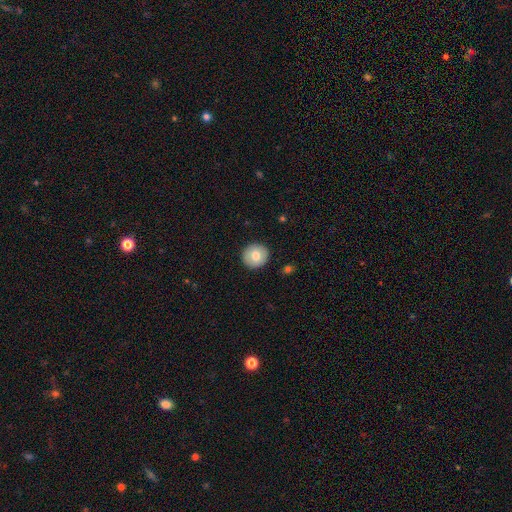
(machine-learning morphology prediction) This is likely a smooth galaxy (73%). How rounded: clearly round (93%). Merging: clearly none (92%).